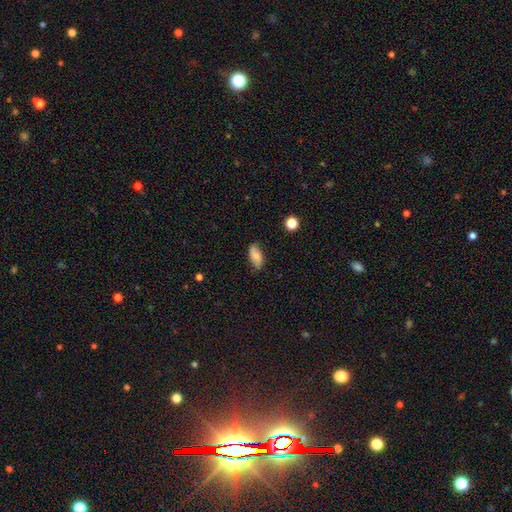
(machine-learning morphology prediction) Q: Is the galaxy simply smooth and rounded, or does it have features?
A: smooth — 69%.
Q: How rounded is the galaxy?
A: in between — 89%.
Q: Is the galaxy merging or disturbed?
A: none — 75%.